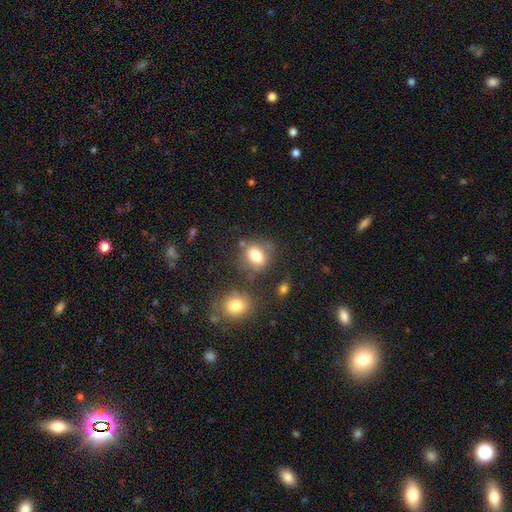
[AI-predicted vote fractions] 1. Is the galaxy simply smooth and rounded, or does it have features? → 79% smooth, 10% star or artifact, 10% featured or disk.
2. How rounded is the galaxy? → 54% in between, 45% round, 1% cigar-shaped.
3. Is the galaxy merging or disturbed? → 64% none, 18% minor disturbance, 11% merger, 7% major disturbance.